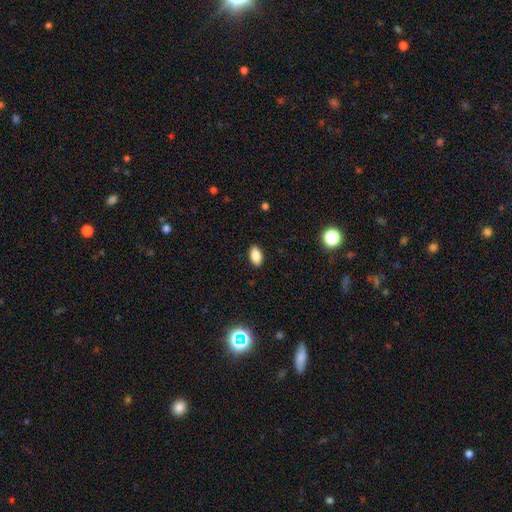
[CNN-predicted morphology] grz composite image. It shows a smooth galaxy with no disk features (86%) that is in between round and cigar-shaped (92%). Merging: none (89%).